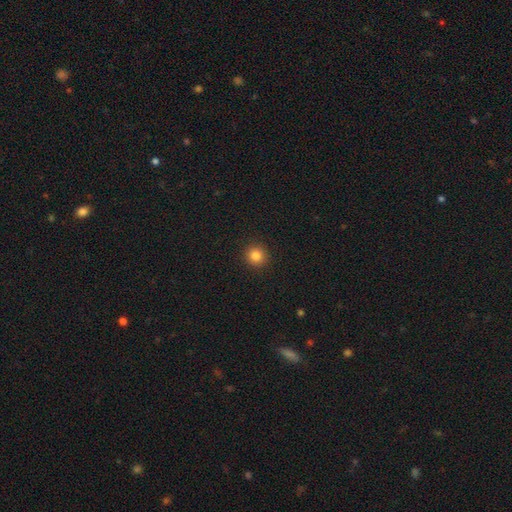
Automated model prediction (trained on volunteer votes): A smooth galaxy with no disk features (83%) that is round (94%).

Vote fractions:
- Smooth or featured? smooth: 83% / star or artifact: 12% / featured or disk: 5%
- How rounded? round: 94% / in between: 5% / cigar-shaped: 1%
- Merging? none: 93% / minor disturbance: 5% / major disturbance: 2% / merger: 1%